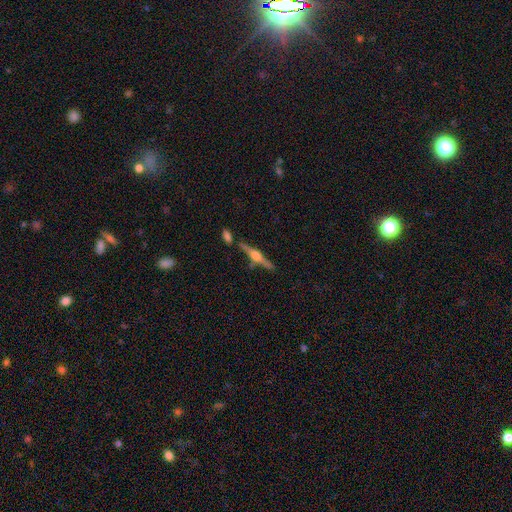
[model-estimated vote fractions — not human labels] A featured or disk galaxy (80%) viewed edge-on (98%) with a rounded central bulge (91%).

Vote fractions:
- Smooth or featured? featured or disk: 80% / smooth: 14% / star or artifact: 6%
- Edge-on disk? yes: 98% / no: 2%
- Edge-on bulge? rounded: 91% / boxy: 7% / none: 2%
- Merging? none: 78% / minor disturbance: 10% / merger: 9% / major disturbance: 3%